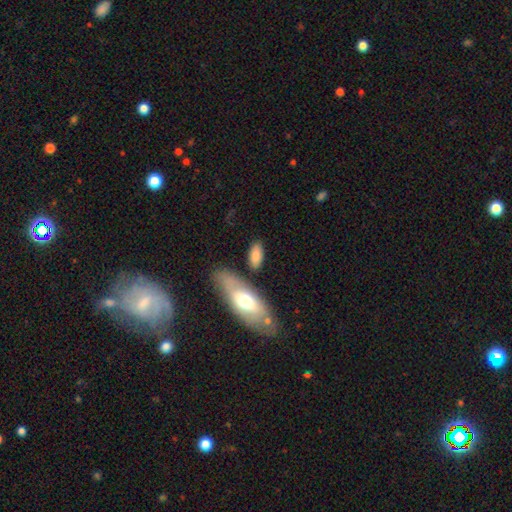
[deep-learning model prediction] Smooth or featured? Predicted: smooth (p=0.81). How rounded? Predicted: in between (p=0.83). Merging? Predicted: none (p=0.72).